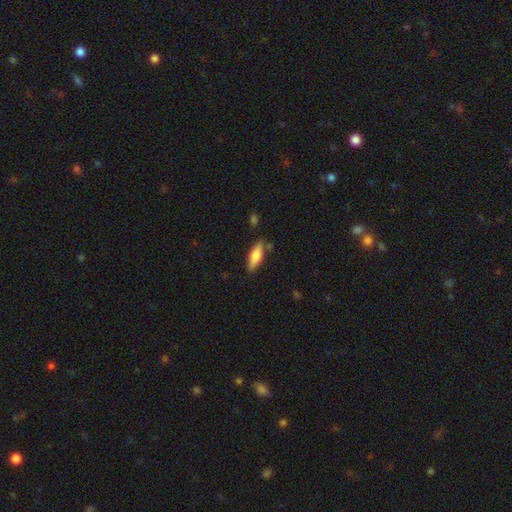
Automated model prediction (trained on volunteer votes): A smooth galaxy with no disk features (65%) that is in between round and cigar-shaped (50%). Merging: none (80%).